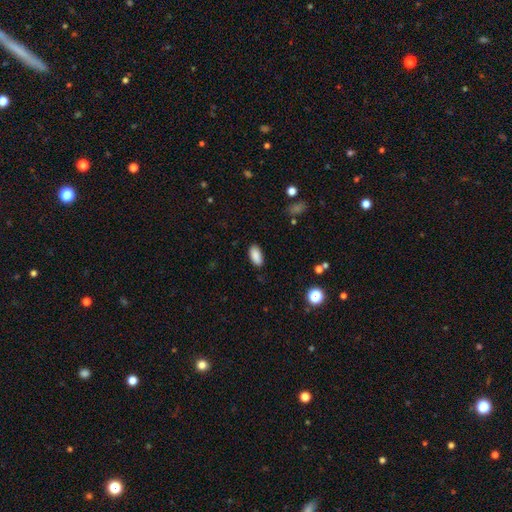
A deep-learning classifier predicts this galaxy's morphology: This is clearly a smooth galaxy (89%). How rounded: clearly in between (92%). Merging: clearly none (86%).